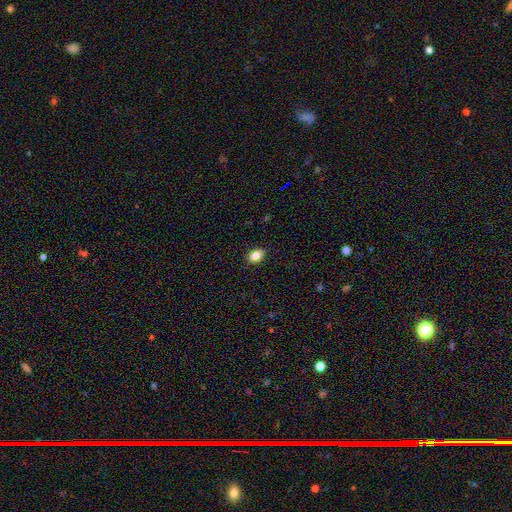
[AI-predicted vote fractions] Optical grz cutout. It shows a smooth galaxy with no disk features (85%) that is in between round and cigar-shaped (81%). Merging: none (89%).